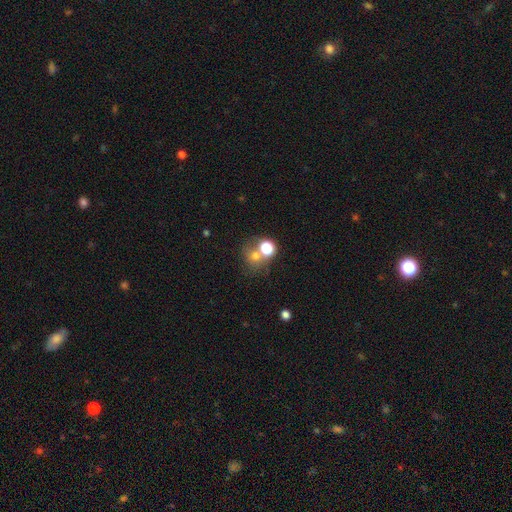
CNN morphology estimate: This appears to be a smooth galaxy with no disk features (68%) that is round (75%). Merging: merger (43%).